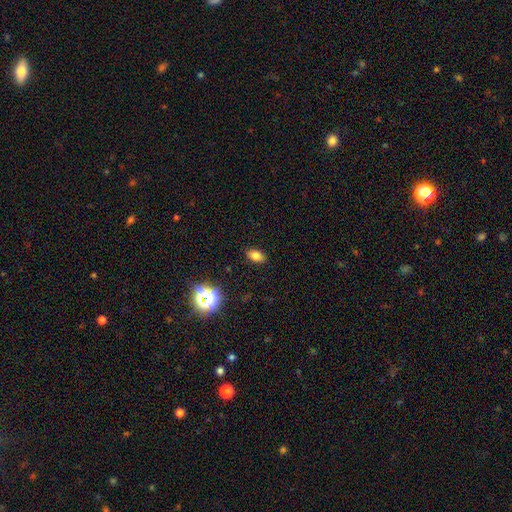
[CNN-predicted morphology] Smooth or featured? smooth (76%)
How rounded? in between (87%)
Merging? none (88%)